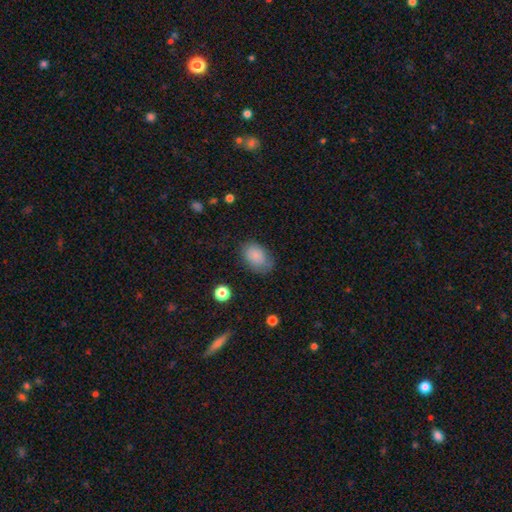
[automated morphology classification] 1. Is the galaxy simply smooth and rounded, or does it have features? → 82% smooth, 10% featured or disk, 8% star or artifact.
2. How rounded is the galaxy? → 83% in between, 16% round, 1% cigar-shaped.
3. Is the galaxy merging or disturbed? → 67% none, 23% minor disturbance, 8% major disturbance, 2% merger.